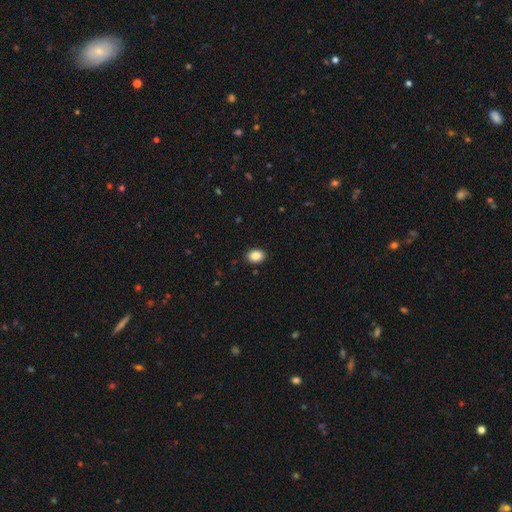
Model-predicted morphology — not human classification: Smooth or featured? smooth (87%)
How rounded? in between (69%)
Merging? none (90%)